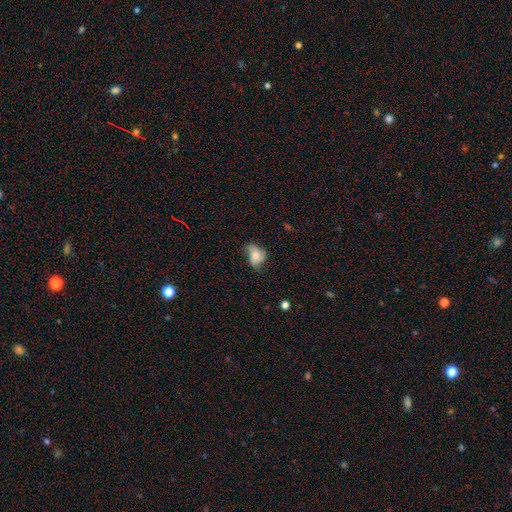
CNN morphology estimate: Q: Smooth or featured?
A: smooth (48%); runner-up: featured or disk (43%)
Q: Merging?
A: none (47%); runner-up: minor disturbance (30%)